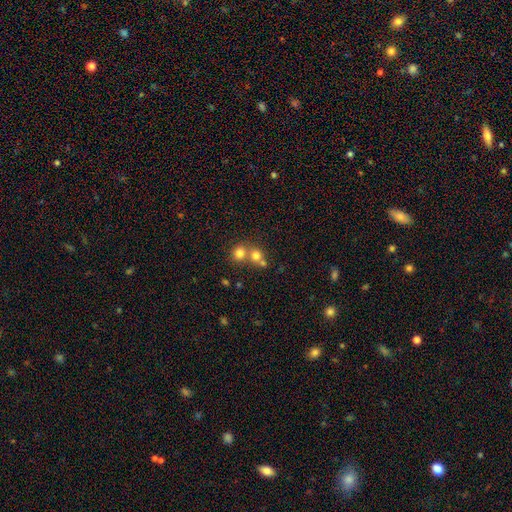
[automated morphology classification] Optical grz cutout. It shows a smooth galaxy with no disk features (61%) that is round (83%). Merging: merger (50%).